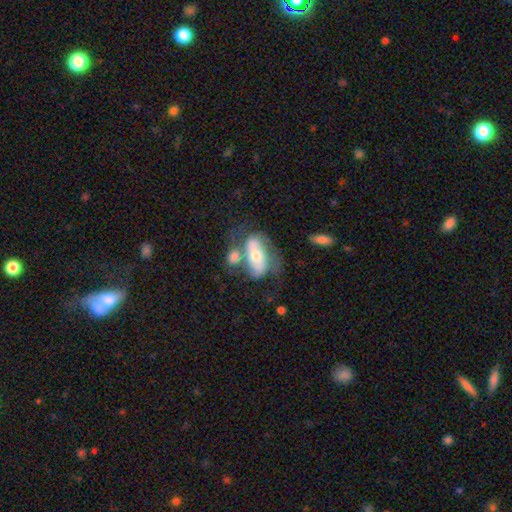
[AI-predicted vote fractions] featured or disk 61%, smooth 33%, star or artifact 6%. Down the decision tree: edge-on disk — no (91%); bar — no (53%); spiral arms — yes (69%); bulge size — moderate (59%); merging — none (36%).